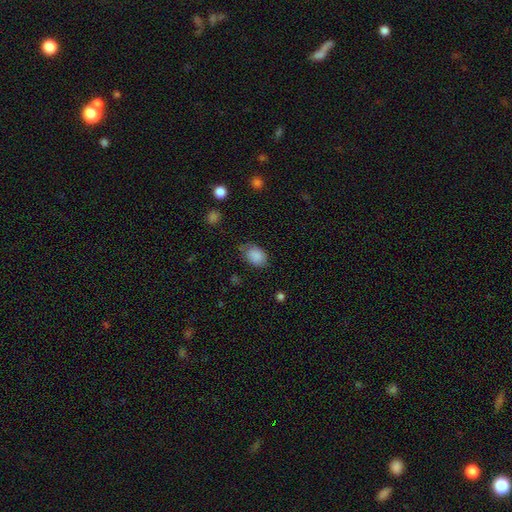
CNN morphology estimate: Overall: smooth (86%). How rounded: in between (81%). Merging: none (67%).